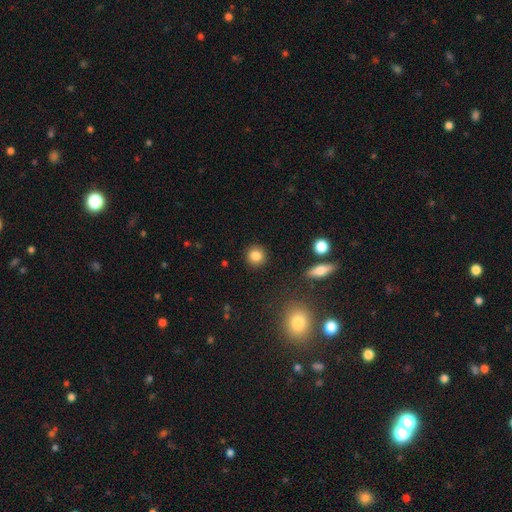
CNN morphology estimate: Smooth or featured? smooth (84%)
How rounded? round (92%)
Merging? none (91%)